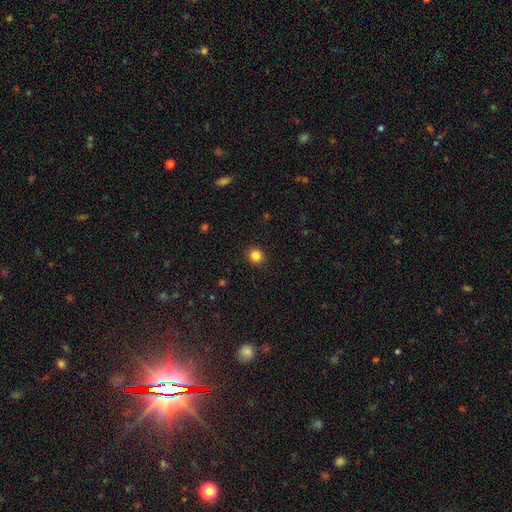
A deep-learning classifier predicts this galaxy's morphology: This appears to be a smooth galaxy with no disk features (85%) that is round (87%). Merging: none (92%).